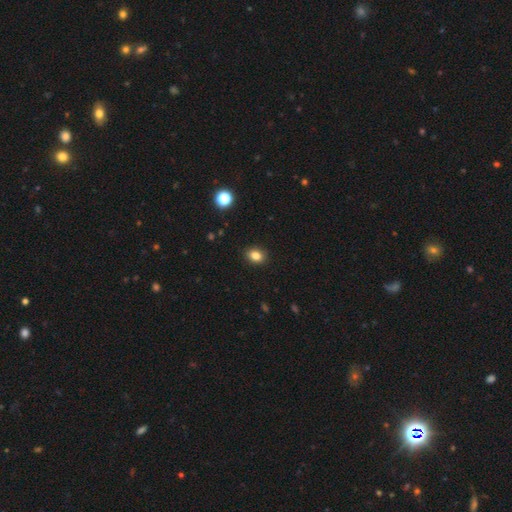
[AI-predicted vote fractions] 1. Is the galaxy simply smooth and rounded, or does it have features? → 83% smooth, 11% star or artifact, 6% featured or disk.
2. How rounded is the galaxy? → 64% in between, 35% round, 1% cigar-shaped.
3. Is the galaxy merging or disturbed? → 89% none, 8% minor disturbance, 2% major disturbance, 1% merger.